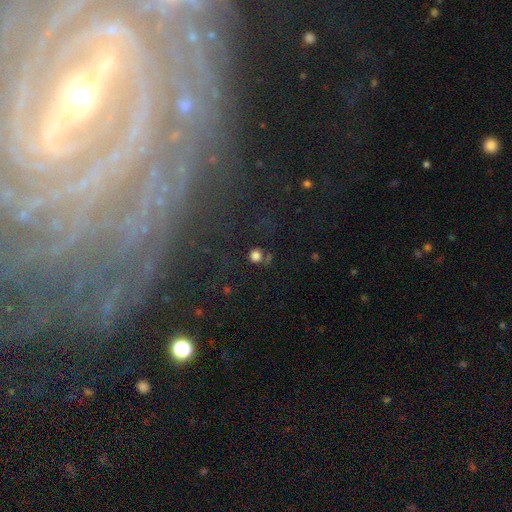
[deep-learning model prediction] Overall: smooth (77%). How rounded: round (91%). Merging: none (77%).